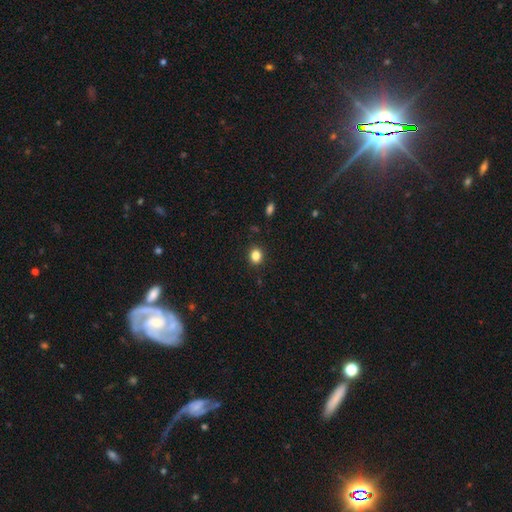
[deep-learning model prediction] This is clearly a smooth galaxy (84%). How rounded: likely round (63%). Merging: clearly none (90%).